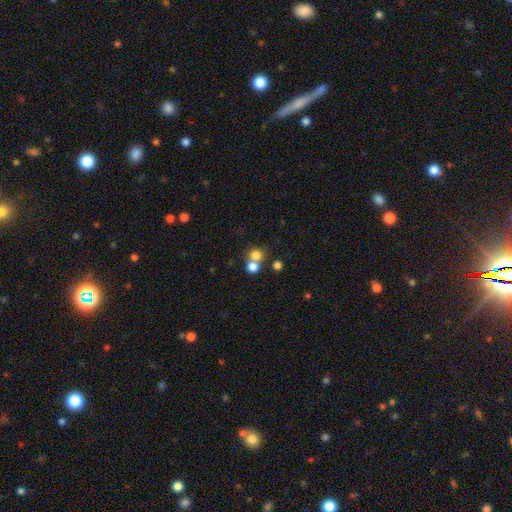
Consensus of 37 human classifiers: A smooth galaxy with no disk features (81%) that is round (90%). Merging: none (57%).